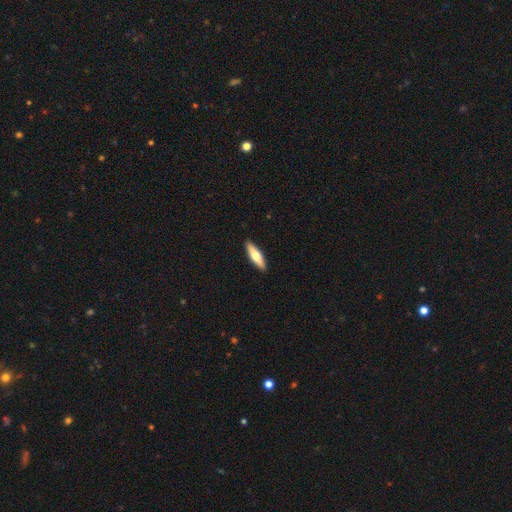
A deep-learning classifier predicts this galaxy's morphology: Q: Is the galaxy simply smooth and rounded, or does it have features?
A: smooth — 57%.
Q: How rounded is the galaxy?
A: cigar-shaped — 65%.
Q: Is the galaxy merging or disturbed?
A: none — 91%.